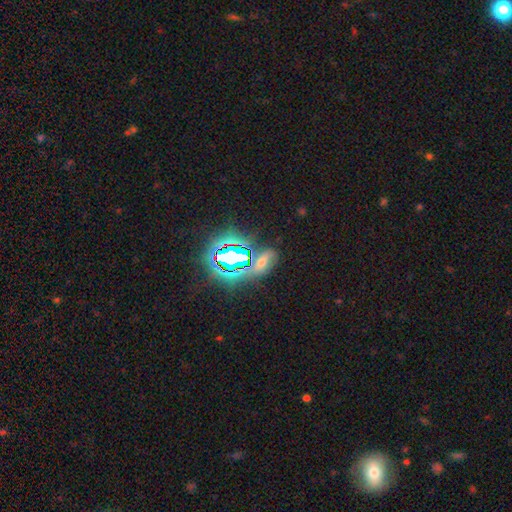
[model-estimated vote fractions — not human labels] Smooth or featured: star or artifact — 78% (smooth — 13%)